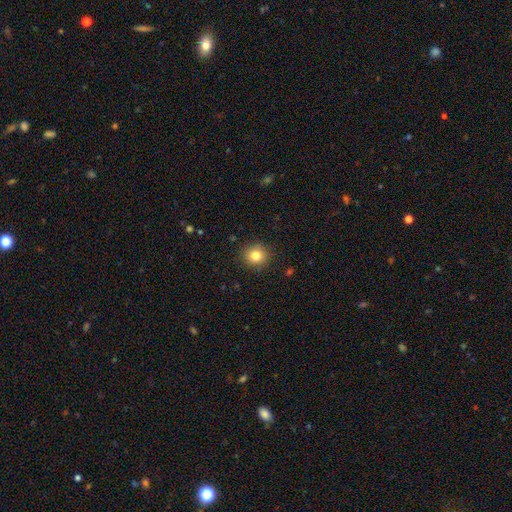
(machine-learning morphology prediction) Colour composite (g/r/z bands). It shows a smooth galaxy with no disk features (82%) that is round (90%). Merging: none (90%).